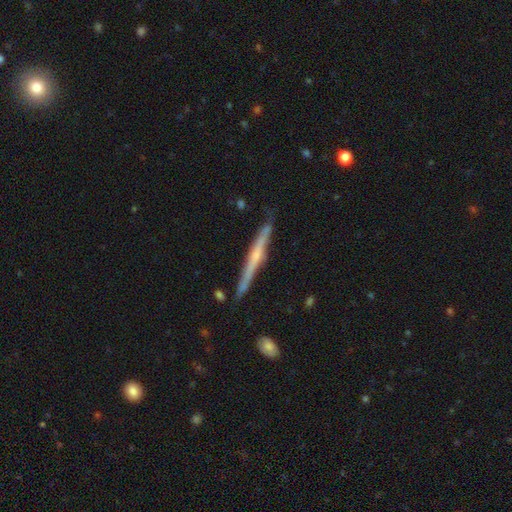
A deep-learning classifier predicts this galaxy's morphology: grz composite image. It shows a featured or disk galaxy (68%) viewed edge-on (97%) with a rounded central bulge (46%). Merging: none (83%).